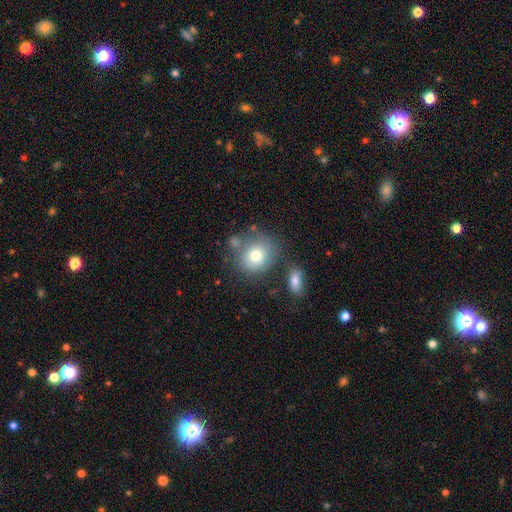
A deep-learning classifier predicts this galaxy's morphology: The model was most divided on "merging": none: 65%, minor disturbance: 16%, merger: 13%, major disturbance: 6%. More confident: how rounded — round (78%); smooth or featured — smooth (75%).